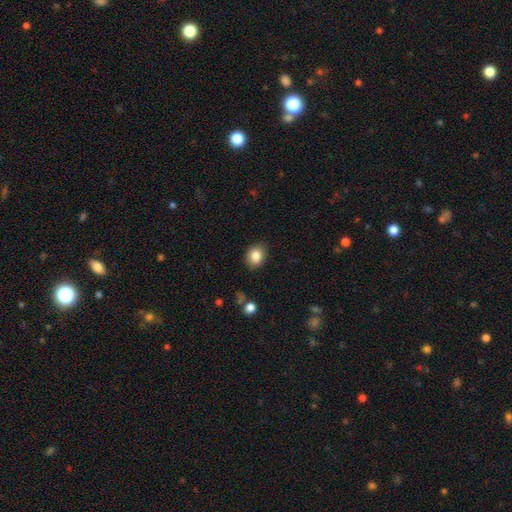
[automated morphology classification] type=smooth (85%); roundness=in between (57%); merging=none (85%).